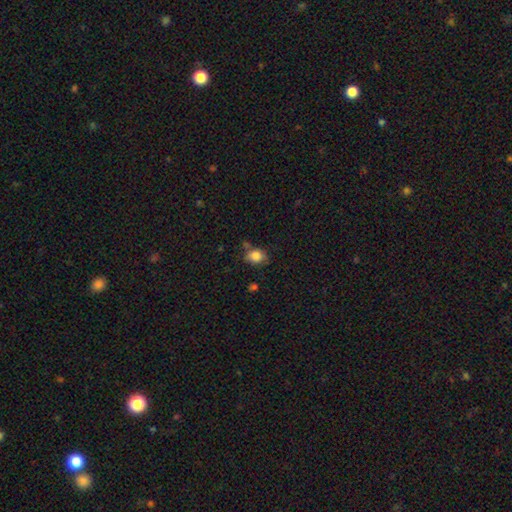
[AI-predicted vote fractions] Smooth or featured: smooth — 83% (star or artifact — 9%)
How rounded: in between — 57% (round — 42%)
Merging: none — 60% (minor disturbance — 25%)